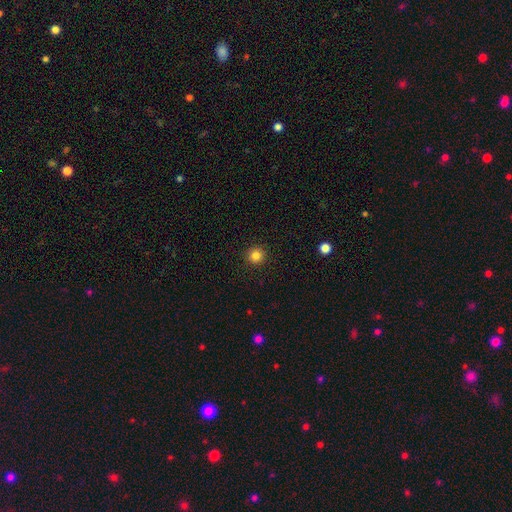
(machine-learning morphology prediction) This is clearly a smooth galaxy (84%). How rounded: clearly round (94%). Merging: clearly none (92%).